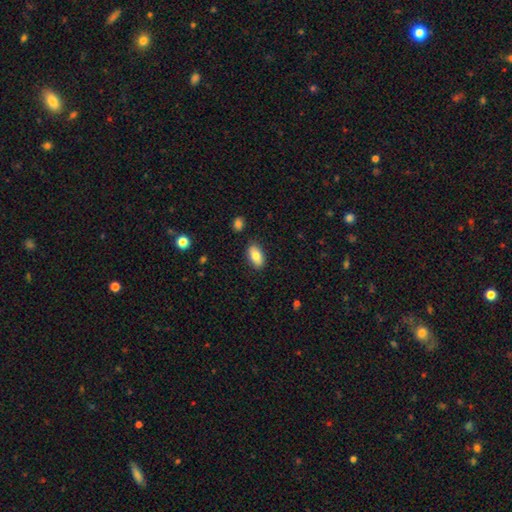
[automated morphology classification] Smooth or featured? Predicted: smooth (p=0.82). How rounded? Predicted: in between (p=0.93). Merging? Predicted: none (p=0.86).